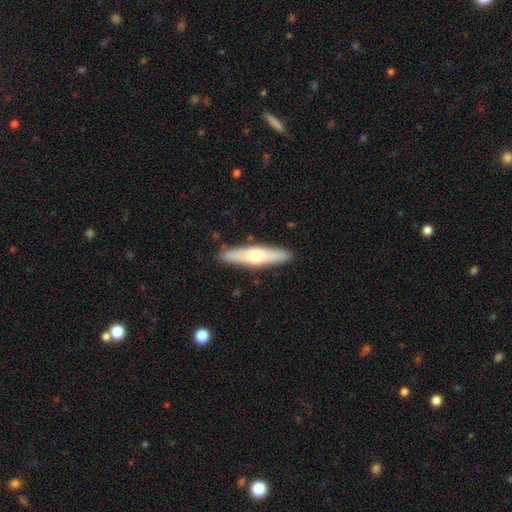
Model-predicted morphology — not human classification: A featured or disk galaxy (47%, tied with smooth). Merging: none (89%).